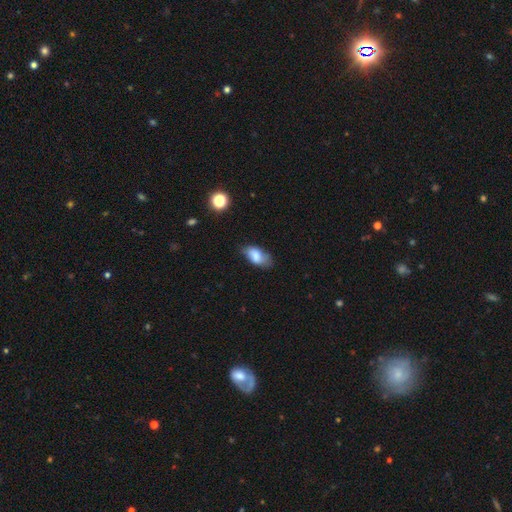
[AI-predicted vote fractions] smooth-or-featured: smooth: 76% | featured or disk: 15% | star or artifact: 8%
  how-rounded: in between: 91% | cigar-shaped: 5% | round: 5%
  merging: none: 60% | minor disturbance: 29% | major disturbance: 8% | merger: 3%